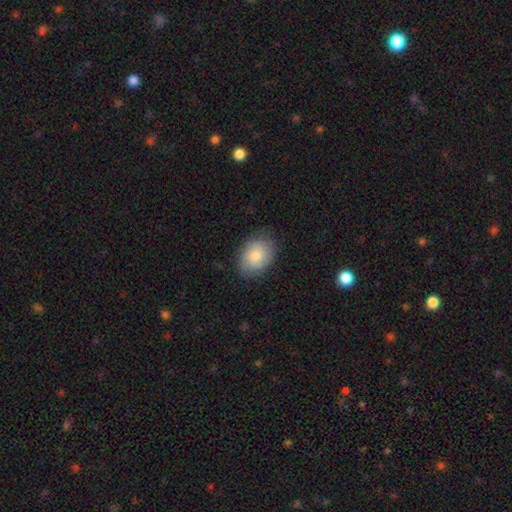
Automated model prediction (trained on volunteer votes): Overall: smooth (79%). How rounded: in between (72%). Merging: none (79%).